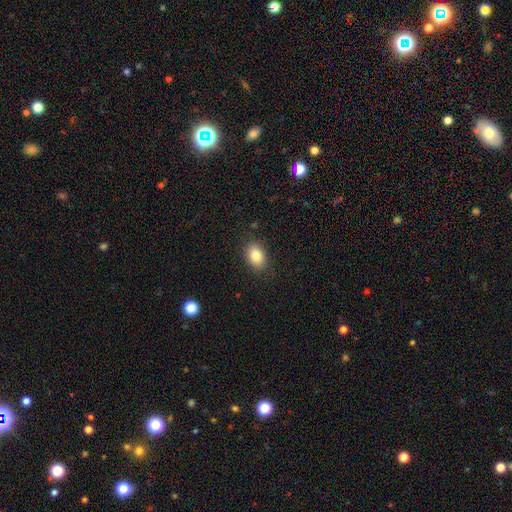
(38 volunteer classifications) A smooth galaxy with no disk features (87%) that is in between round and cigar-shaped (91%).

Vote fractions:
- Smooth or featured? smooth: 87% / star or artifact: 8% / featured or disk: 5%
- How rounded? in between: 91% / round: 6% / cigar-shaped: 3%
- Merging? none: 91% / minor disturbance: 6% / major disturbance: 3% / merger: 0%